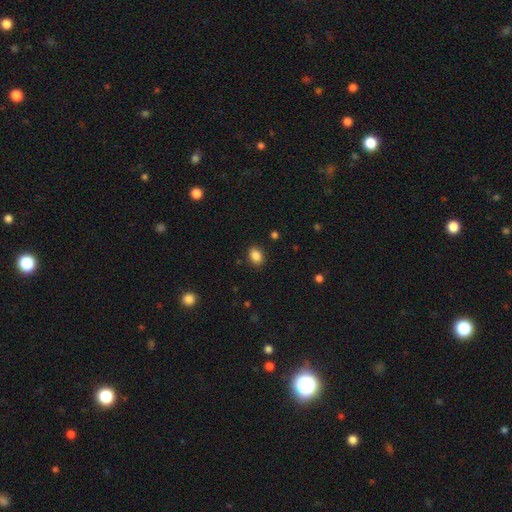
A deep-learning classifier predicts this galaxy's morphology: Smooth or featured: smooth — 87% (star or artifact — 9%)
How rounded: in between — 70% (round — 29%)
Merging: none — 88% (minor disturbance — 8%)